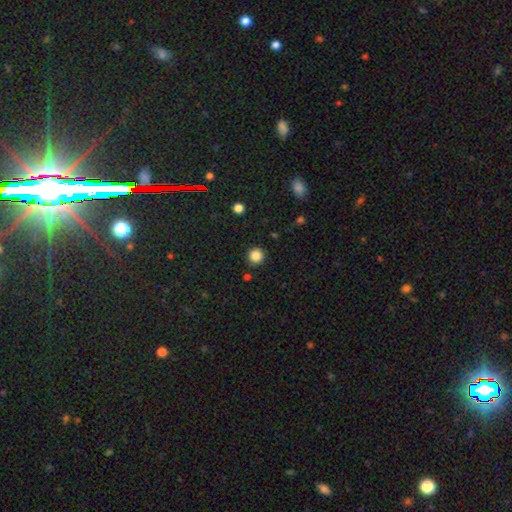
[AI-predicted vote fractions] Overall: smooth (85%). How rounded: round (96%). Merging: none (91%).